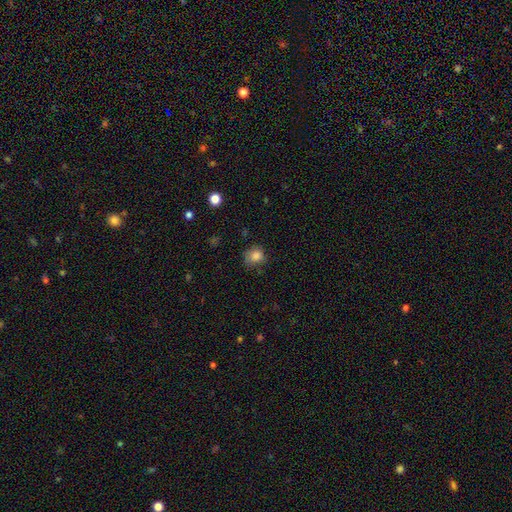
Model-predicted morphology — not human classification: Overall: smooth (83%). How rounded: round (76%). Merging: none (60%; minor disturbance 28%).